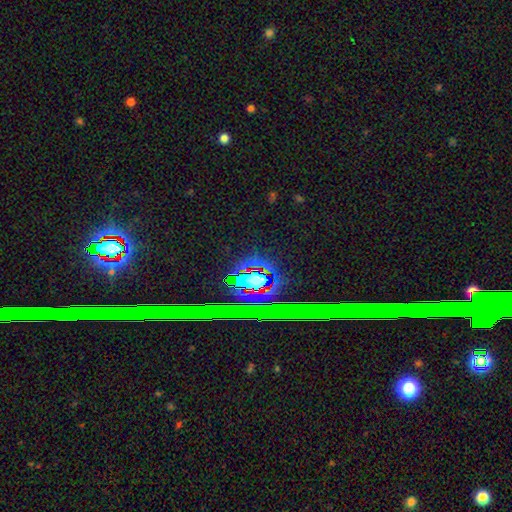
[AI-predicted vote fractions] This is likely a star or artifact rather than a galaxy (79%).